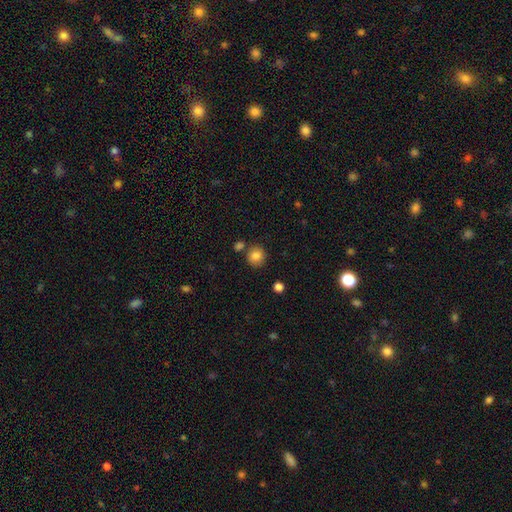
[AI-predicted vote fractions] smooth-or-featured: smooth: 84% | star or artifact: 10% | featured or disk: 6%
  how-rounded: round: 88% | in between: 11% | cigar-shaped: 1%
  merging: none: 78% | minor disturbance: 10% | merger: 9% | major disturbance: 3%